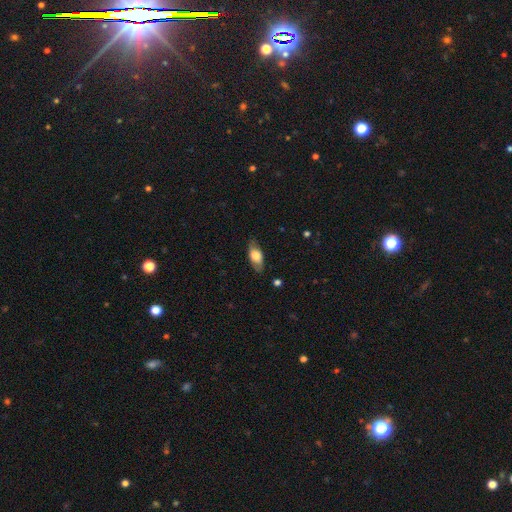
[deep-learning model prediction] This is likely a smooth galaxy (66%). How rounded: clearly in between (84%). Merging: likely none (79%).